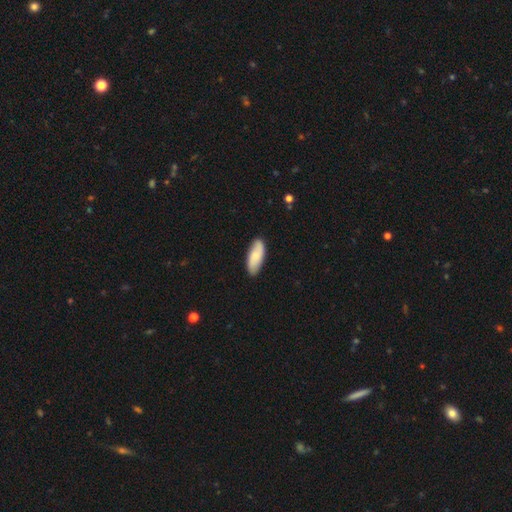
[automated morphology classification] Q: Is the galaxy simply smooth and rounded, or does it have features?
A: smooth — 72%.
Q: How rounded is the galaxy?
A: in between — 78%.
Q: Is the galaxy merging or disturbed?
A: none — 86%.